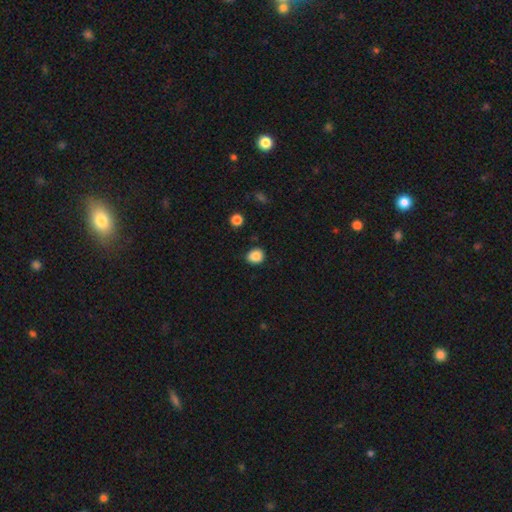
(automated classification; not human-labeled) Smooth or featured? Predicted: smooth (p=0.87). How rounded? Predicted: round (p=0.64). Merging? Predicted: none (p=0.83).